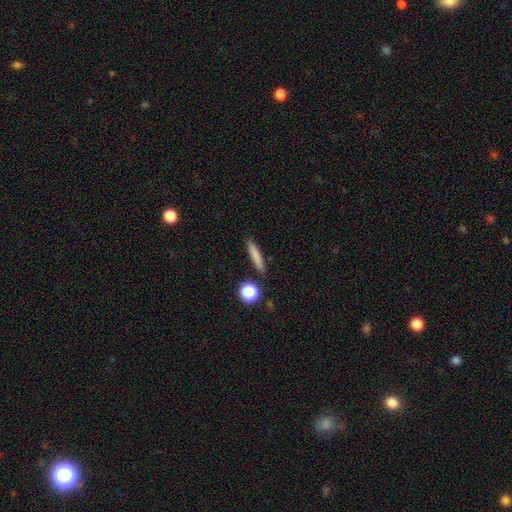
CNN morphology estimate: The model was most divided on "smooth or featured": smooth: 79%, featured or disk: 11%, star or artifact: 9%. More confident: merging — none (88%); how rounded — cigar-shaped (84%).